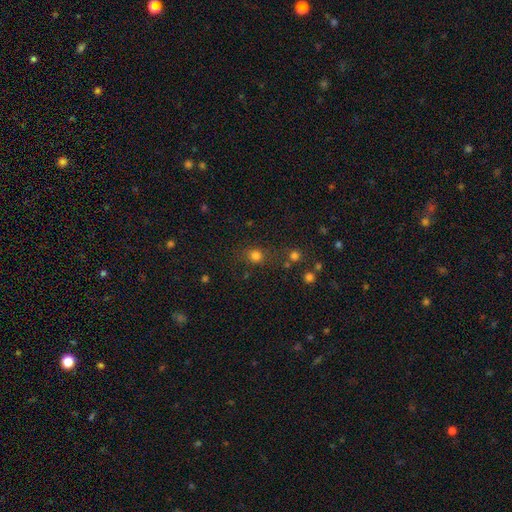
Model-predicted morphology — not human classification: The model was most divided on "smooth or featured": smooth: 77%, star or artifact: 17%, featured or disk: 6%. More confident: how rounded — round (81%); merging — none (73%).